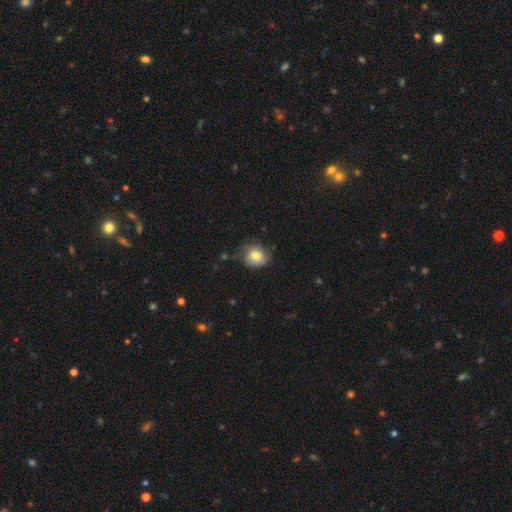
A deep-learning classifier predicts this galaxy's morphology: This is likely a smooth galaxy (78%). How rounded: likely round (67%). Merging: likely none (63%).